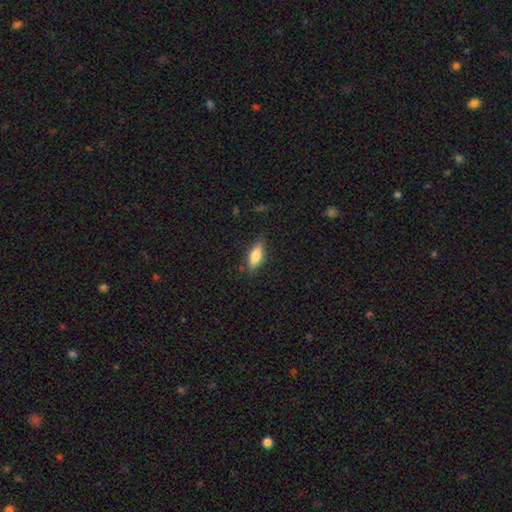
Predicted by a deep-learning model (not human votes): A smooth galaxy with no disk features (77%) that is in between round and cigar-shaped (68%).

Vote fractions:
- Smooth or featured? smooth: 77% / featured or disk: 16% / star or artifact: 7%
- How rounded? in between: 68% / cigar-shaped: 29% / round: 3%
- Merging? none: 82% / minor disturbance: 14% / major disturbance: 3% / merger: 1%